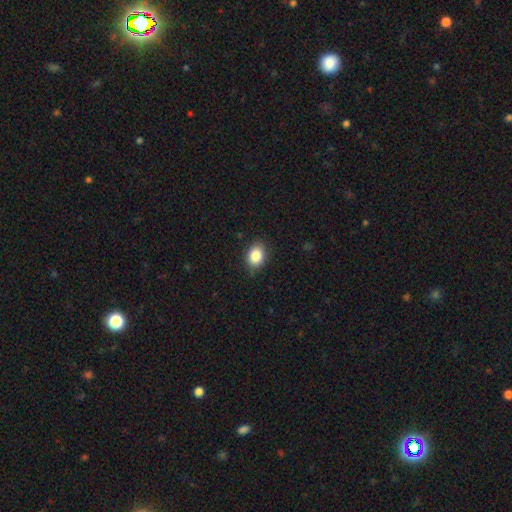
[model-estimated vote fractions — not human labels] This appears to be a smooth galaxy with no disk features (85%) that is in between round and cigar-shaped (62%). Merging: none (84%).